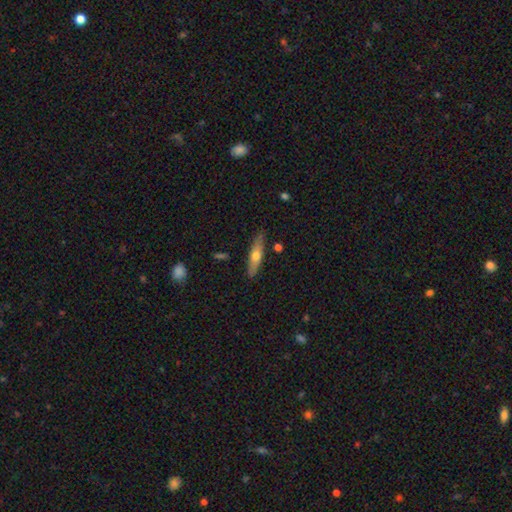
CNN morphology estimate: type=smooth (49%); merging=none (86%).